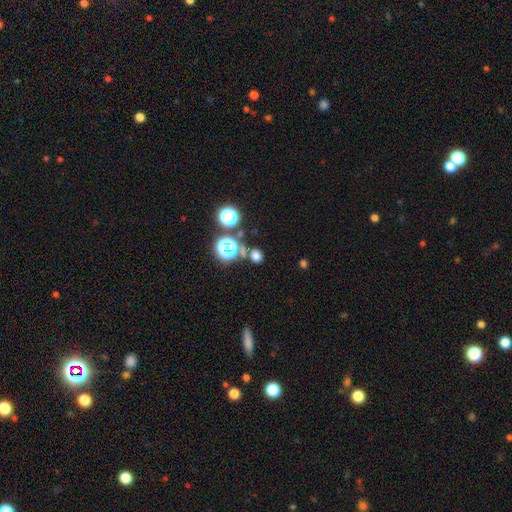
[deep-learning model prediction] Overall: smooth (64%; star or artifact 29%). How rounded: round (70%). Merging: none (71%).